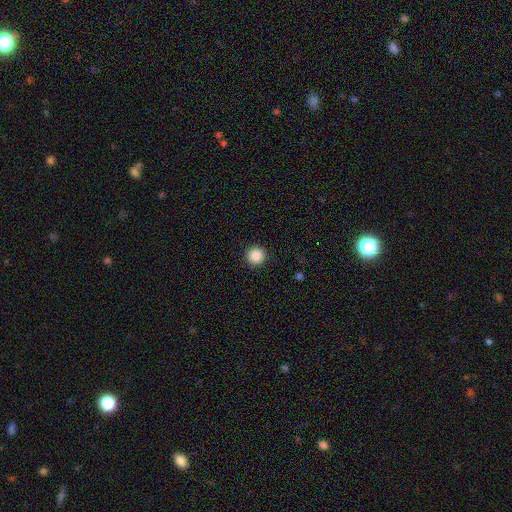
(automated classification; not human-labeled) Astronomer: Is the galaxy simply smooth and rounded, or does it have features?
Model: smooth — 88%.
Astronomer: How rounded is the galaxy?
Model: round — 96%.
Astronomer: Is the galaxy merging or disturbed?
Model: none — 92%.